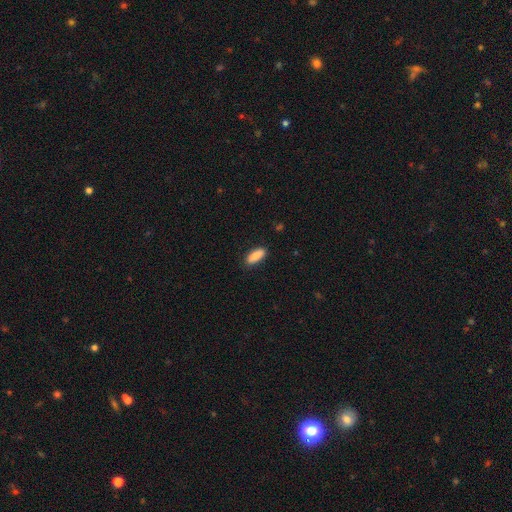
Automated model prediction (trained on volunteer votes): Q: Smooth or featured?
A: smooth (87%); runner-up: featured or disk (7%)
Q: How rounded?
A: in between (79%); runner-up: cigar-shaped (19%)
Q: Merging?
A: none (85%); runner-up: minor disturbance (11%)